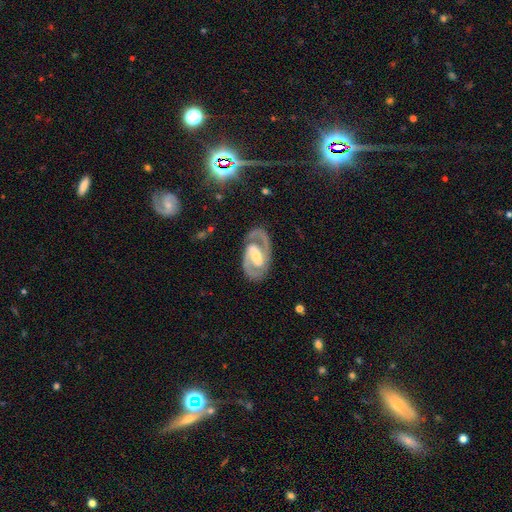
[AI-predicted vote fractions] Smooth or featured: featured or disk — 90% (smooth — 6%)
Edge-on disk: no — 97% (yes — 3%)
Bar: strong — 48% (weak — 39%)
Spiral arms: yes — 96% (no — 4%)
Spiral winding: medium — 52% (tight — 38%)
Spiral arm count: 2 — 91% (can't tell — 3%)
Bulge size: moderate — 53% (small — 34%)
Merging: none — 82% (minor disturbance — 12%)